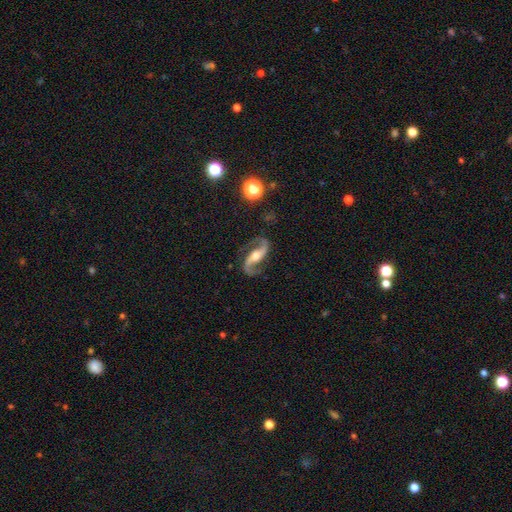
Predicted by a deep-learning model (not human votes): Q: Smooth or featured?
A: featured or disk (91%); runner-up: star or artifact (5%)
Q: Edge-on disk?
A: no (96%); runner-up: yes (4%)
Q: Bar?
A: no (34%); runner-up: strong (33%)
Q: Spiral arms?
A: yes (98%); runner-up: no (2%)
Q: Spiral winding?
A: loose (60%); runner-up: medium (34%)
Q: Spiral arm count?
A: 2 (94%); runner-up: 1 (1%)
Q: Bulge size?
A: moderate (65%); runner-up: small (20%)
Q: Merging?
A: none (82%); runner-up: minor disturbance (11%)